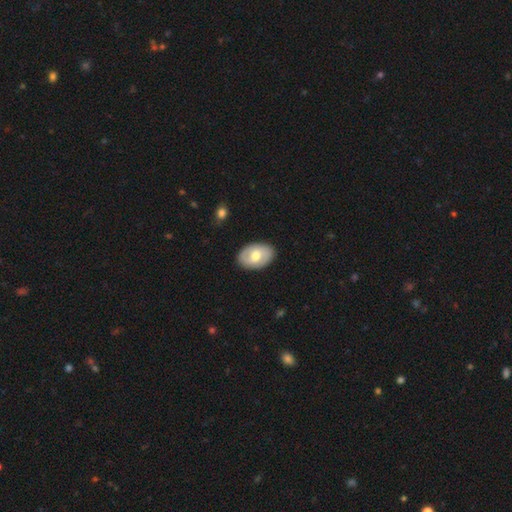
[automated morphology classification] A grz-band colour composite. It shows a smooth galaxy with no disk features (56%) that is in between round and cigar-shaped (86%). Merging: none (85%).